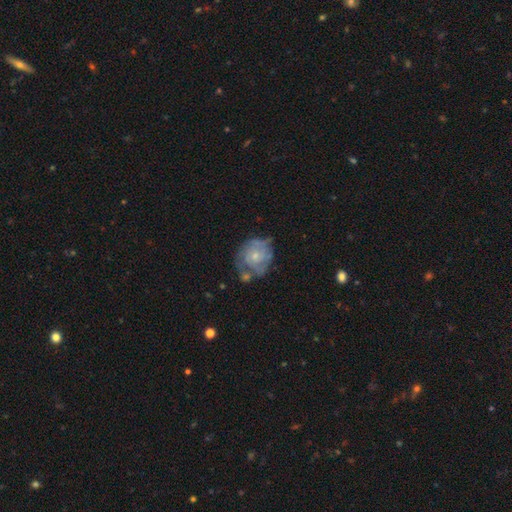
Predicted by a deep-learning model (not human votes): The model was most divided on "merging": none: 49%, minor disturbance: 26%, major disturbance: 14%, merger: 11%. Remaining: edge-on disk — no (98%); bar — no (81%); spiral arms — yes (76%); smooth or featured — featured or disk (70%); bulge size — small (65%); spiral winding — tight (62%); spiral arm count — can't tell (48%).